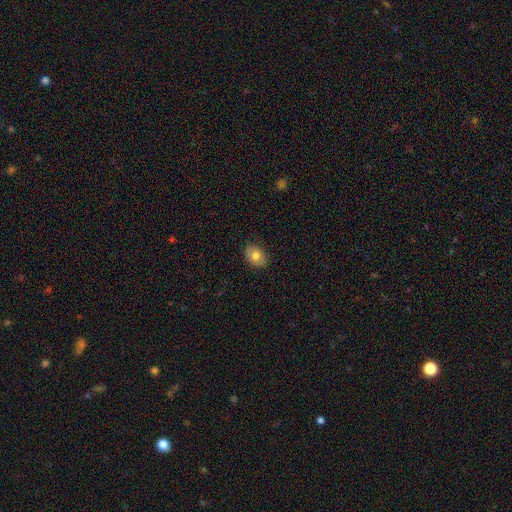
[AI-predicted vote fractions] smooth-or-featured: smooth: 76% | featured or disk: 16% | star or artifact: 8%
  how-rounded: in between: 71% | round: 28% | cigar-shaped: 1%
  merging: none: 87% | minor disturbance: 10% | major disturbance: 2% | merger: 1%